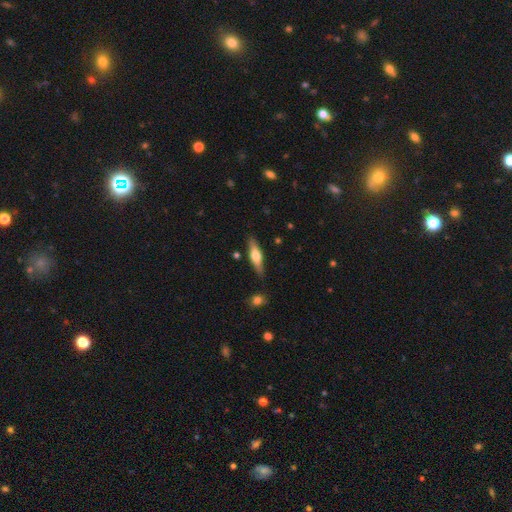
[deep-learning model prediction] smooth-or-featured: featured or disk: 51% | smooth: 44% | star or artifact: 6%
  disk-edge-on: yes: 92% | no: 8%
  merging: none: 84% | minor disturbance: 11% | major disturbance: 2% | merger: 2%